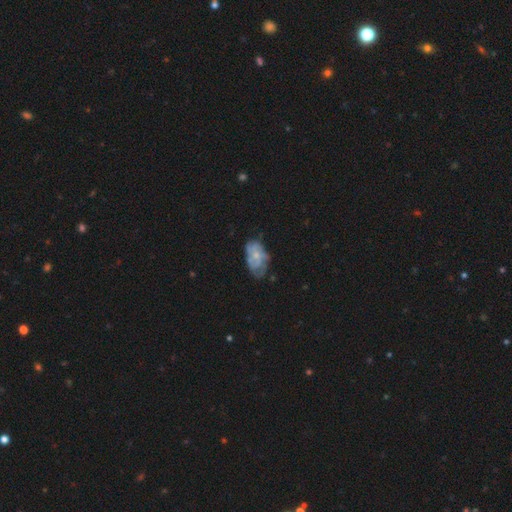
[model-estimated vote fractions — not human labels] Q: Smooth or featured?
A: featured or disk (62%); runner-up: smooth (31%)
Q: Edge-on disk?
A: no (96%); runner-up: yes (4%)
Q: Bar?
A: no (80%); runner-up: weak (17%)
Q: Spiral arms?
A: yes (65%); runner-up: no (35%)
Q: Bulge size?
A: small (58%); runner-up: moderate (32%)
Q: Merging?
A: none (50%); runner-up: minor disturbance (30%)